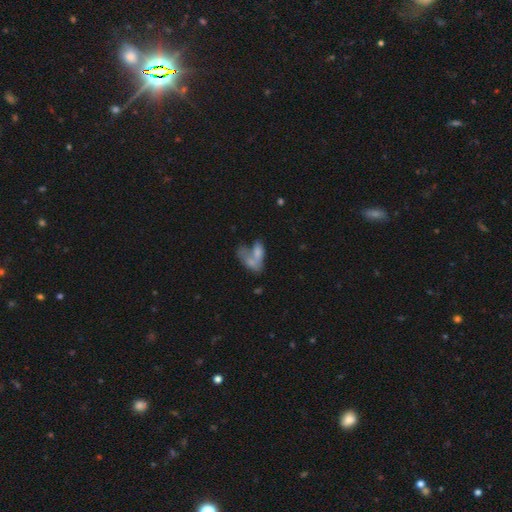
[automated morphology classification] Smooth or featured? Predicted: smooth (p=0.60). How rounded? Predicted: in between (p=0.84). Merging? Predicted: merger (p=0.57).